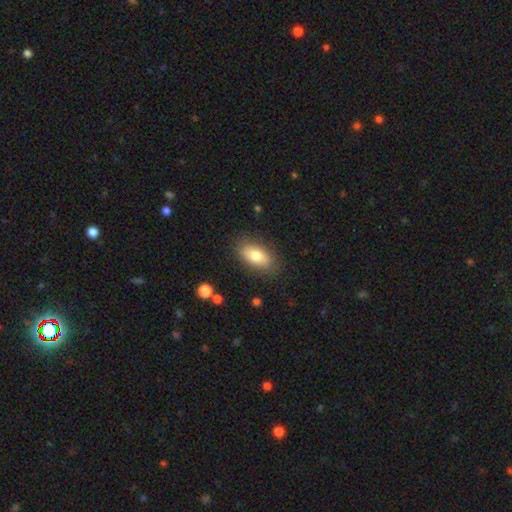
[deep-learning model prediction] Smooth or featured? smooth (76%)
How rounded? in between (90%)
Merging? none (82%)